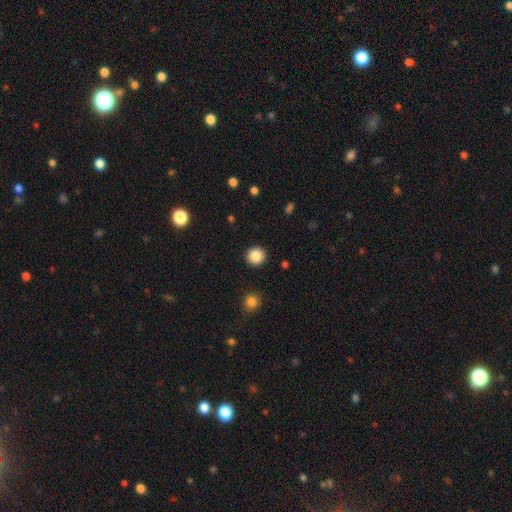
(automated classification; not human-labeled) A smooth galaxy with no disk features (87%) that is round (94%).

Vote fractions:
- Smooth or featured? smooth: 87% / star or artifact: 9% / featured or disk: 4%
- How rounded? round: 94% / in between: 6% / cigar-shaped: 1%
- Merging? none: 92% / minor disturbance: 5% / major disturbance: 2% / merger: 1%